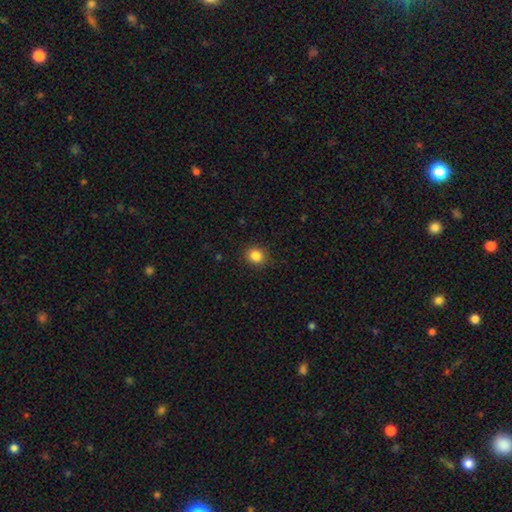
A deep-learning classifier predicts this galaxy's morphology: Smooth or featured? smooth (85%)
How rounded? round (81%)
Merging? none (90%)